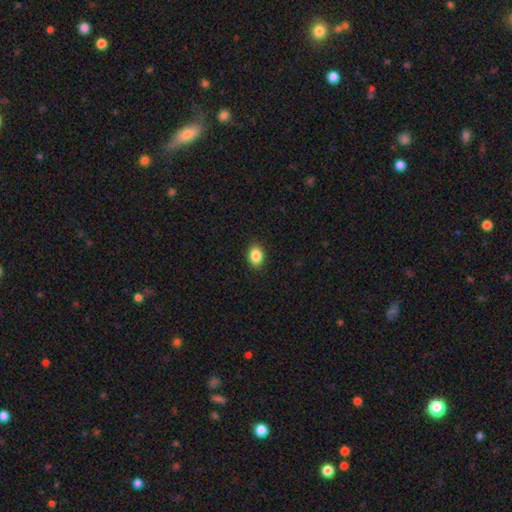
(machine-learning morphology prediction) Smooth or featured?
  - smooth: 86% *
  - star or artifact: 9%
  - featured or disk: 5%
How rounded?
  - in between: 71% *
  - round: 27%
  - cigar-shaped: 1%
Merging?
  - none: 89% *
  - minor disturbance: 8%
  - major disturbance: 2%
  - merger: 1%